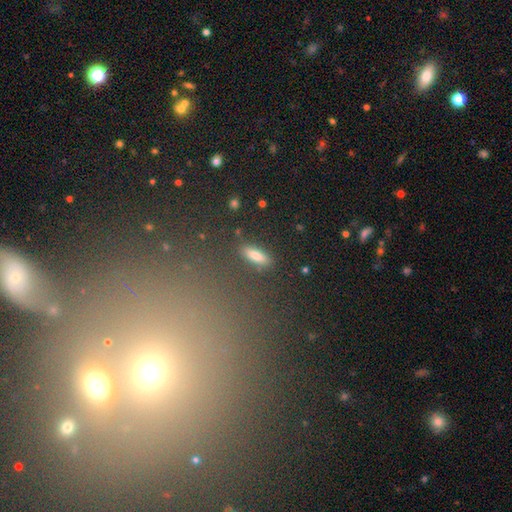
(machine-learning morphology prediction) Q: Smooth or featured?
A: smooth (78%); runner-up: star or artifact (11%)
Q: How rounded?
A: in between (62%); runner-up: cigar-shaped (33%)
Q: Merging?
A: none (85%); runner-up: minor disturbance (9%)